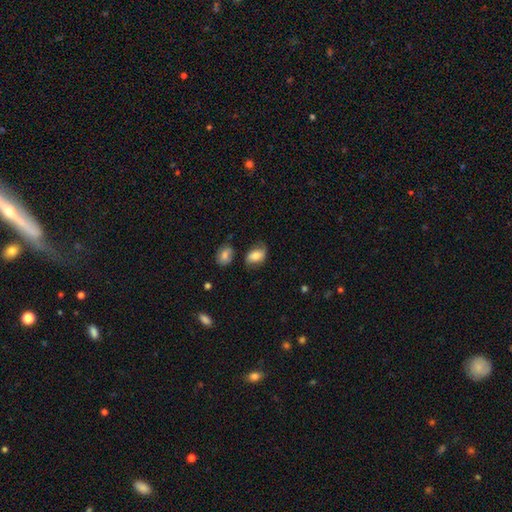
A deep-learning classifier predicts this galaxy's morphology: Overall: smooth (70%). How rounded: in between (87%). Merging: none (58%; minor disturbance 27%).